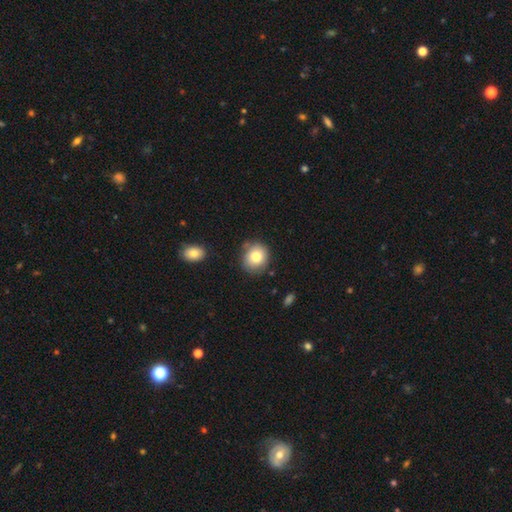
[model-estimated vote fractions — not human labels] This appears to be a smooth galaxy with no disk features (79%) that is round (78%). Merging: none (78%).